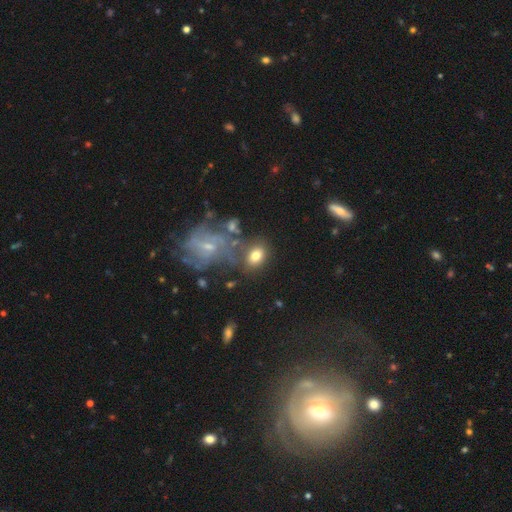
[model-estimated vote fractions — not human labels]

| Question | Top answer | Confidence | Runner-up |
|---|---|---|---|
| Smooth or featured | smooth | 72% | featured or disk (19%) |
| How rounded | in between | 73% | round (25%) |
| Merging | none | 60% | minor disturbance (17%) |